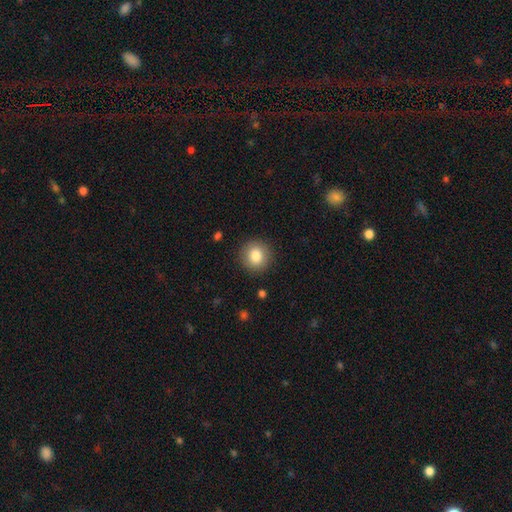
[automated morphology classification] Q: Smooth or featured?
A: smooth (83%); runner-up: star or artifact (9%)
Q: How rounded?
A: round (93%); runner-up: in between (6%)
Q: Merging?
A: none (90%); runner-up: minor disturbance (7%)